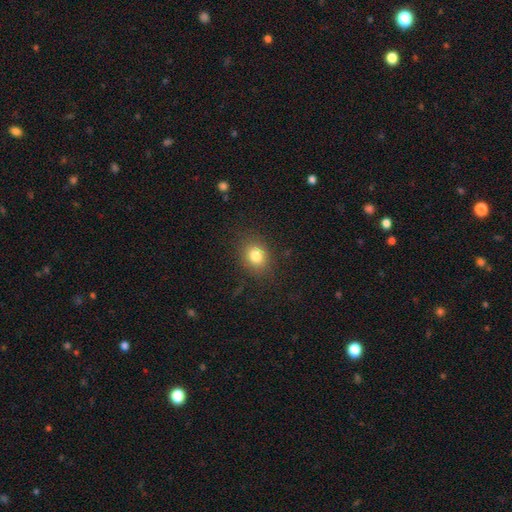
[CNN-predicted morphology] A smooth galaxy with no disk features (81%) that is round (58%). Merging: none (84%).